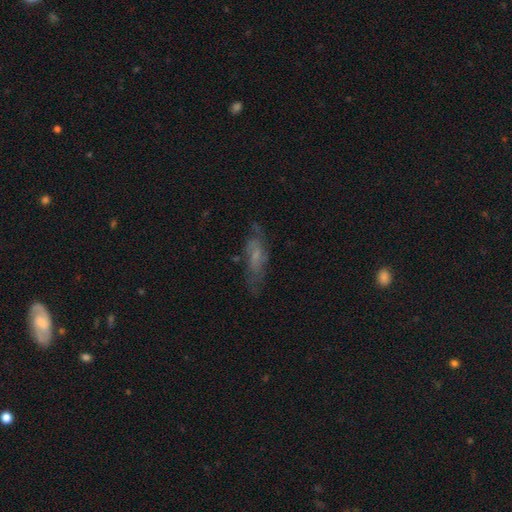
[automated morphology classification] Smooth or featured?
  - featured or disk: 52% *
  - smooth: 37%
  - star or artifact: 11%
Edge-on disk?
  - no: 77% *
  - yes: 23%
Merging?
  - none: 60% *
  - minor disturbance: 23%
  - major disturbance: 14%
  - merger: 3%